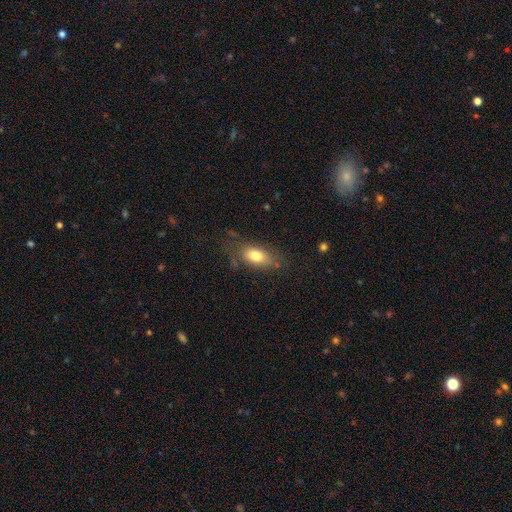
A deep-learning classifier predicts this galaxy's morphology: Smooth or featured: smooth — 75% (featured or disk — 16%)
How rounded: in between — 85% (round — 8%)
Merging: none — 64% (minor disturbance — 23%)